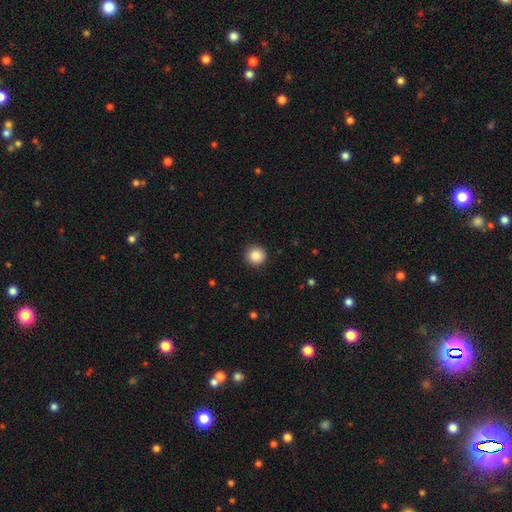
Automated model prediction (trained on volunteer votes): This appears to be a smooth galaxy with no disk features (87%) that is round (95%). Merging: none (92%).